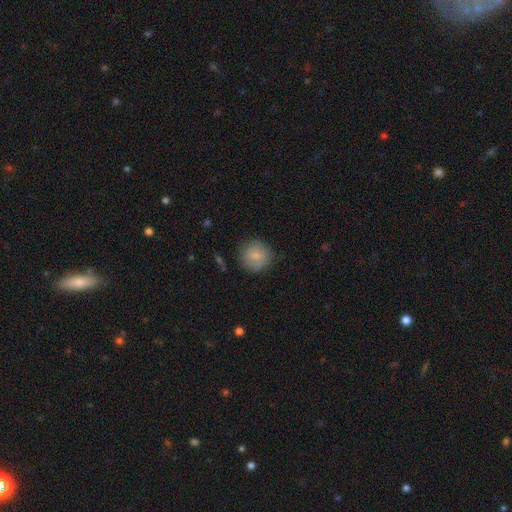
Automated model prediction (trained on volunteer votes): Smooth or featured: smooth — 77% (featured or disk — 16%)
How rounded: round — 92% (in between — 7%)
Merging: none — 78% (minor disturbance — 16%)